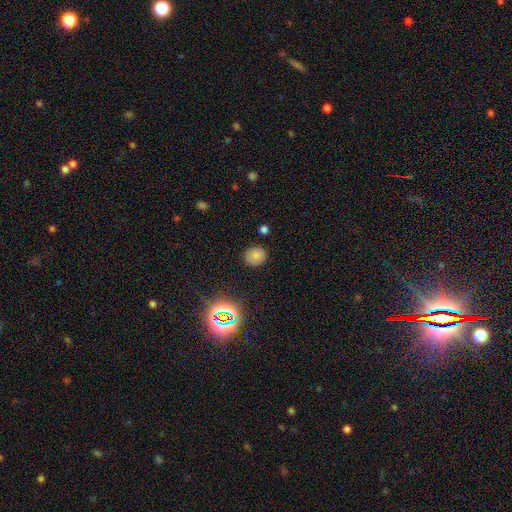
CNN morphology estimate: Q: Smooth or featured?
A: smooth (74%); runner-up: star or artifact (17%)
Q: How rounded?
A: round (83%); runner-up: in between (16%)
Q: Merging?
A: none (87%); runner-up: minor disturbance (9%)